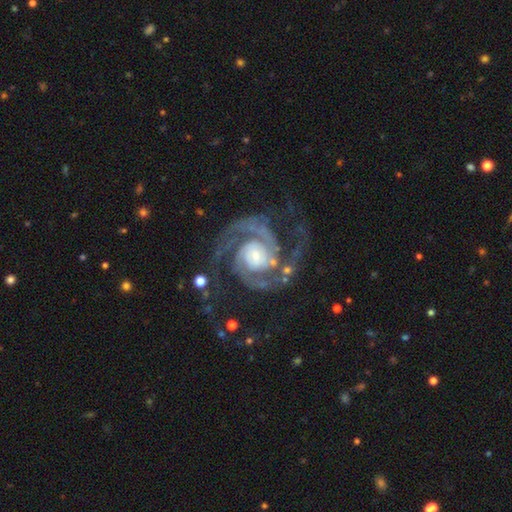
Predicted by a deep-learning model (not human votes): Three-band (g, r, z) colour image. It shows a featured or disk galaxy (93%) with no bar (61%), 2 (79%) tight (50%) spiral arms (99%) and a small central bulge (54%). Merging: none (69%).